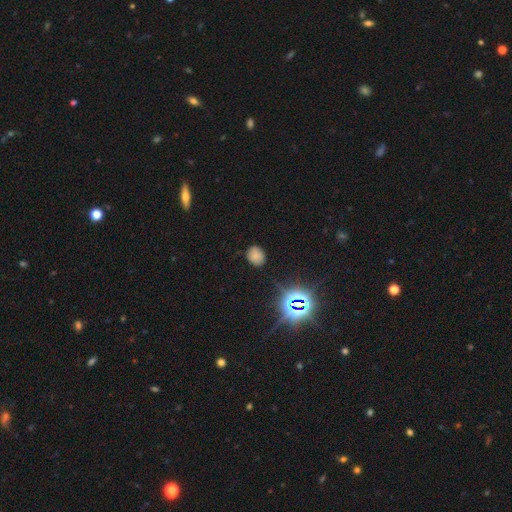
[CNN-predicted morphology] Overall: smooth (67%). How rounded: round (56%; in between 43%). Merging: none (77%).